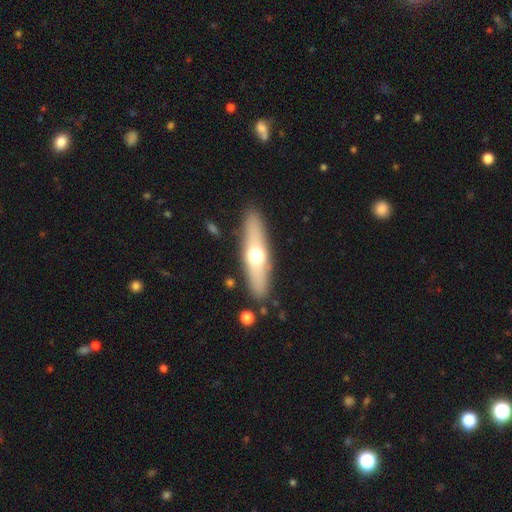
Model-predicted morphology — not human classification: The model was most divided on "smooth or featured": smooth: 52%, featured or disk: 42%, star or artifact: 6%. More confident: merging — none (87%); how rounded — cigar-shaped (65%).